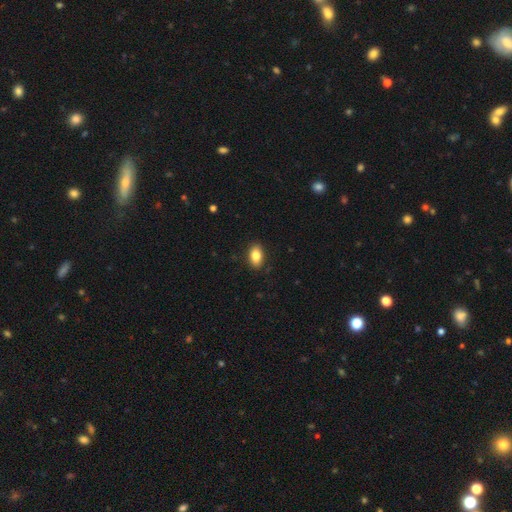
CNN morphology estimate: A smooth galaxy with no disk features (84%) that is in between round and cigar-shaped (90%).

Vote fractions:
- Smooth or featured? smooth: 84% / featured or disk: 8% / star or artifact: 8%
- How rounded? in between: 90% / round: 8% / cigar-shaped: 2%
- Merging? none: 88% / minor disturbance: 9% / major disturbance: 2% / merger: 1%